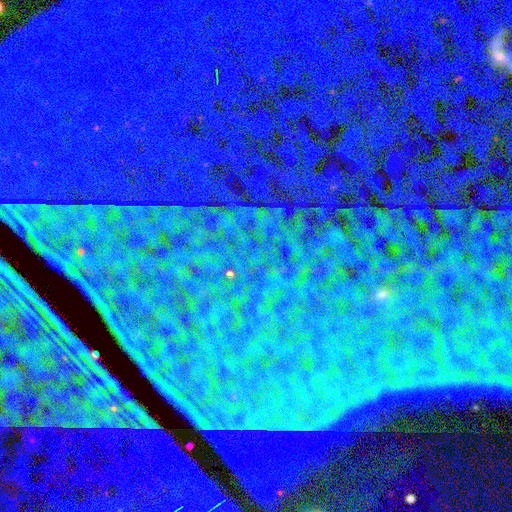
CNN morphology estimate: star or artifact 85%, smooth 8%, featured or disk 7%.